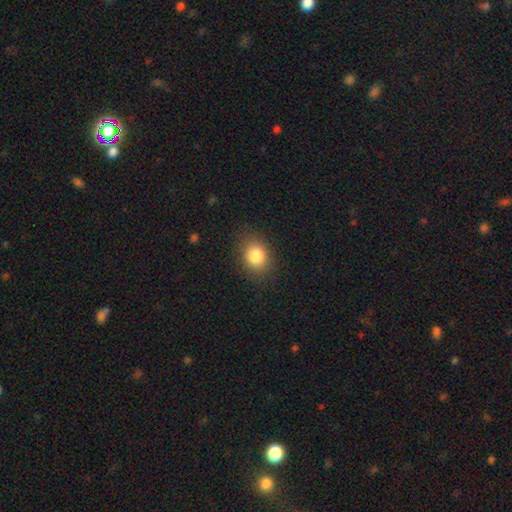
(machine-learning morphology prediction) Q: Smooth or featured?
A: smooth (84%); runner-up: star or artifact (10%)
Q: How rounded?
A: round (51%); runner-up: in between (48%)
Q: Merging?
A: none (85%); runner-up: minor disturbance (10%)